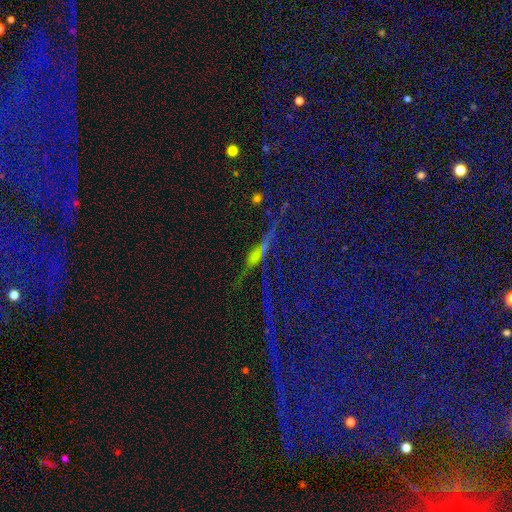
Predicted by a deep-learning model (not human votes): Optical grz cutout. It shows a star or artifact, not a galaxy (44%).